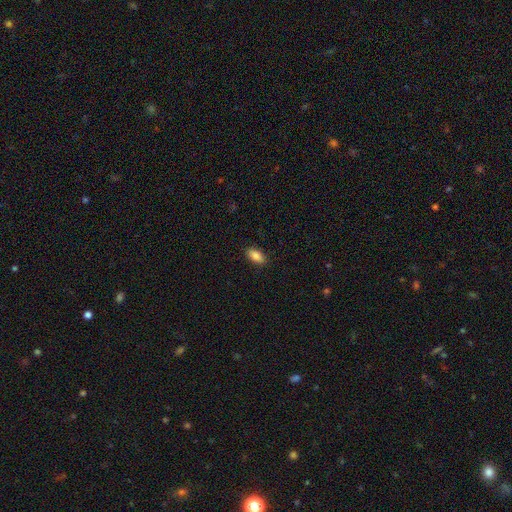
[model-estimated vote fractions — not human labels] A smooth galaxy with no disk features (87%) that is in between round and cigar-shaped (91%). Merging: none (89%).